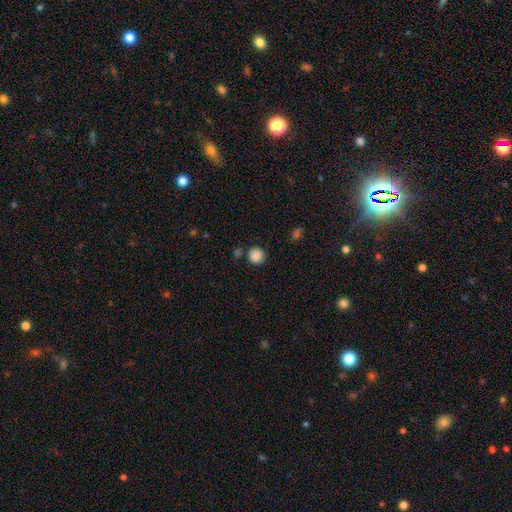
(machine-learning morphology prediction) Smooth or featured? smooth (87%)
How rounded? round (94%)
Merging? none (83%)